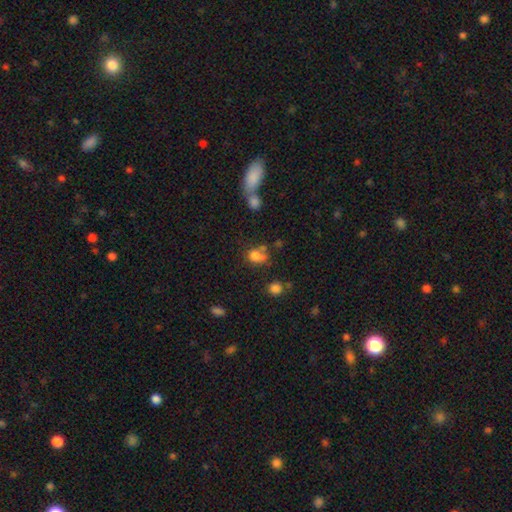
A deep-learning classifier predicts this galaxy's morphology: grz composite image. It shows a smooth galaxy with no disk features (75%) that is round (59%). Merging: none (43%).